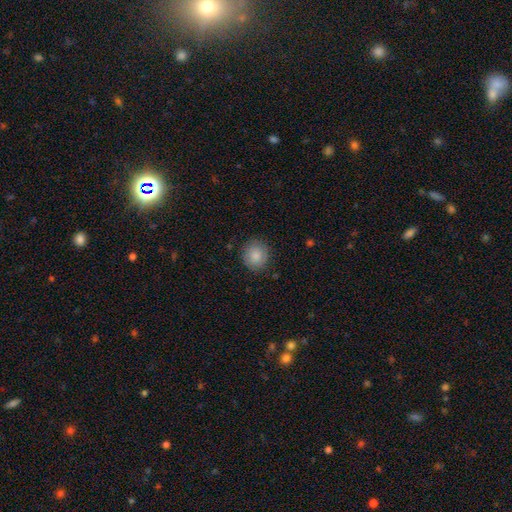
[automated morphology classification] This is clearly a smooth galaxy (86%). How rounded: likely round (80%). Merging: clearly none (86%).